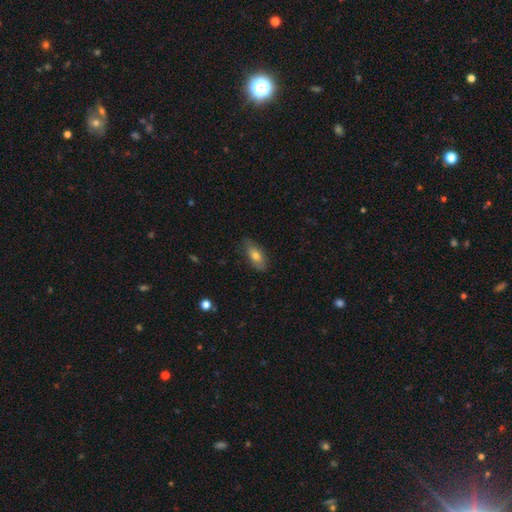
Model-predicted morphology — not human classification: smooth_or_featured: smooth (p=0.72) [alt: featured or disk p=0.21]
how_rounded: in between (p=0.81) [alt: cigar-shaped p=0.16]
merging: none (p=0.79) [alt: minor disturbance p=0.17]